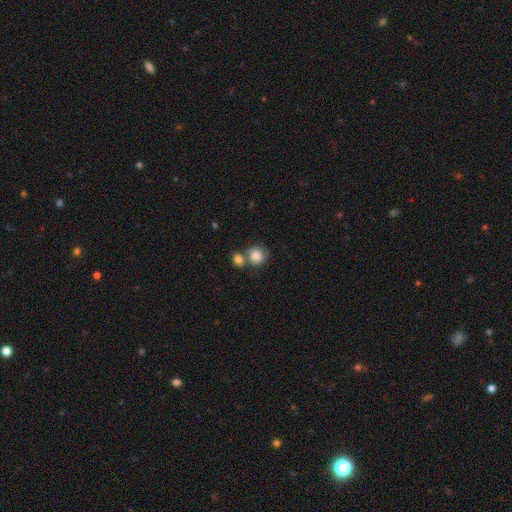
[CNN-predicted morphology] Smooth or featured? smooth (83%)
How rounded? round (78%)
Merging? merger (43%)